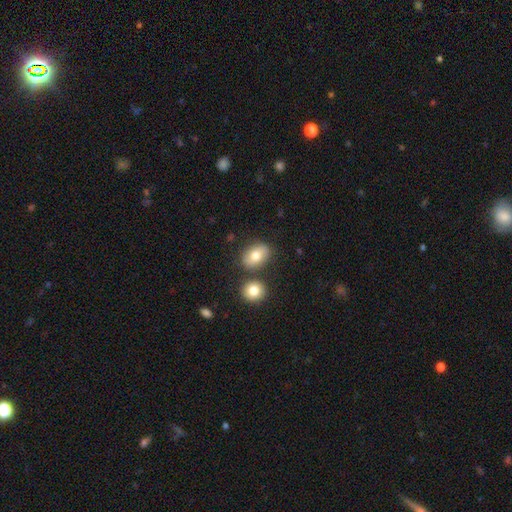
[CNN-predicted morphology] type=smooth (77%); roundness=in between (76%); merging=none (73%).